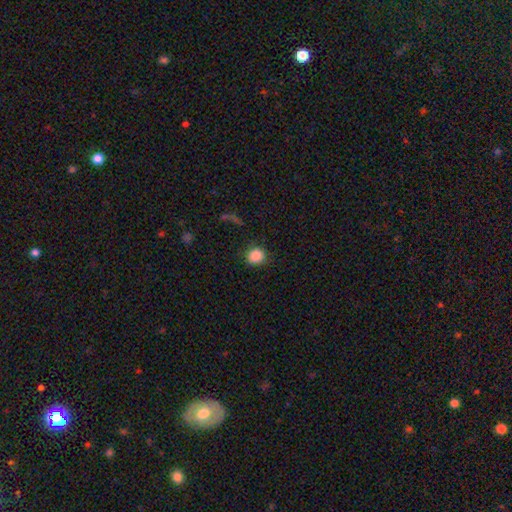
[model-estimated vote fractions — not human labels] The model was most divided on "how rounded": round: 81%, in between: 18%, cigar-shaped: 1%. More confident: smooth or featured — smooth (87%); merging — none (86%).